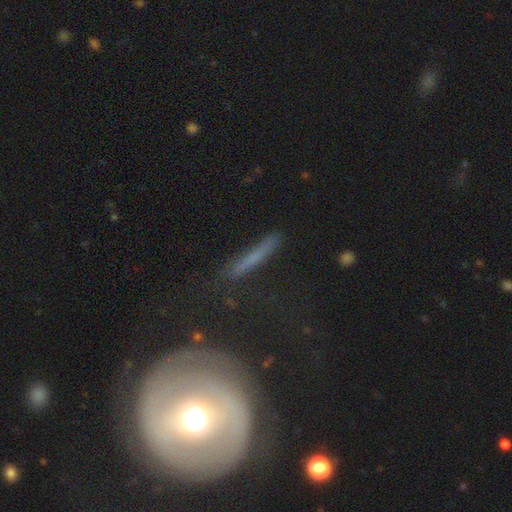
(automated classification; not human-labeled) This appears to be a smooth galaxy with no disk features (51%) that is cigar-shaped (92%). Merging: none (78%).